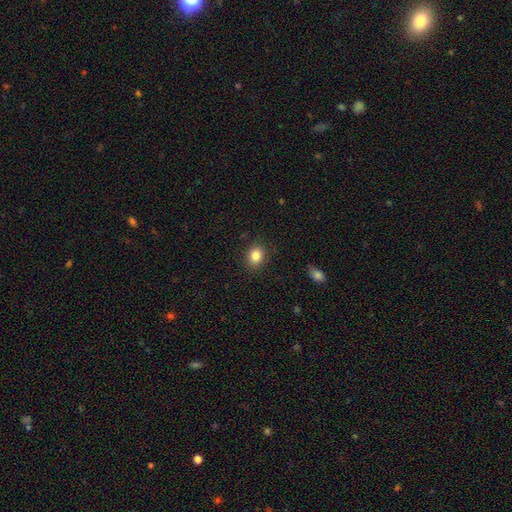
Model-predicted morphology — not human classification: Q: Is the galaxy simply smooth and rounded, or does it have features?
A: smooth — 84%.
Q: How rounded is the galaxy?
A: round — 53%.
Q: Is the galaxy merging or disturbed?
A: none — 87%.